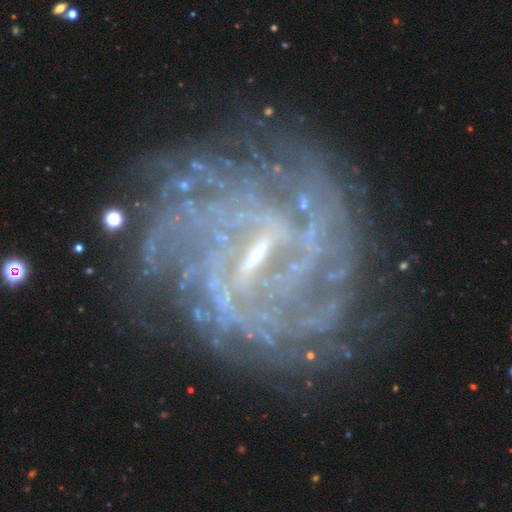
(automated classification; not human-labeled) The model was most divided on "bar": strong: 44%, weak: 43%, no: 12%. Remaining: edge-on disk — no (97%); spiral arms — yes (96%); smooth or featured — featured or disk (88%); merging — none (78%); spiral winding — tight (71%); bulge size — small (66%); spiral arm count — can't tell (28%).